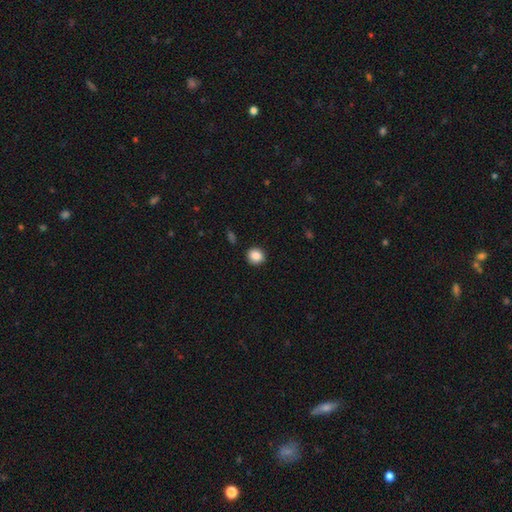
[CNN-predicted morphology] This appears to be a smooth galaxy with no disk features (88%) that is round (82%). Merging: none (90%).